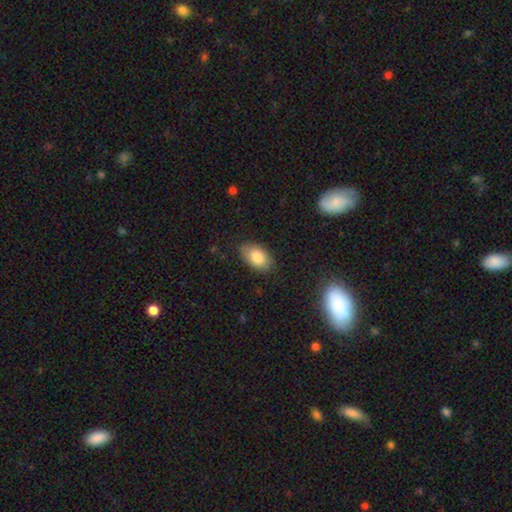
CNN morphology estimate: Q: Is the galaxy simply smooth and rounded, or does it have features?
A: smooth — 82%.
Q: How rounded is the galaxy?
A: in between — 92%.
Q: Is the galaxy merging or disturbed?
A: none — 82%.